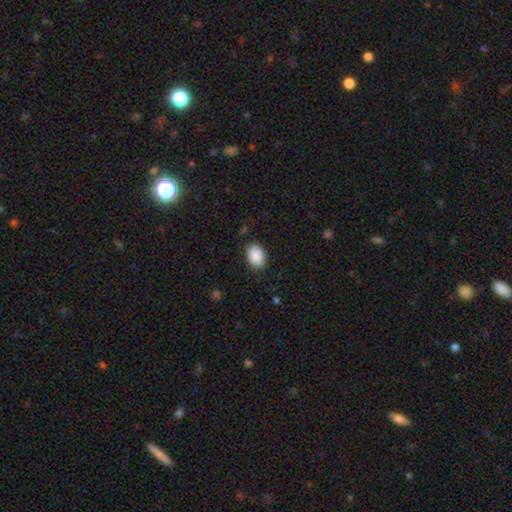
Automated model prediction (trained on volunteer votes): A smooth galaxy with no disk features (90%) that is in between round and cigar-shaped (84%).

Vote fractions:
- Smooth or featured? smooth: 90% / star or artifact: 7% / featured or disk: 3%
- How rounded? in between: 84% / round: 15% / cigar-shaped: 1%
- Merging? none: 87% / minor disturbance: 9% / major disturbance: 2% / merger: 1%